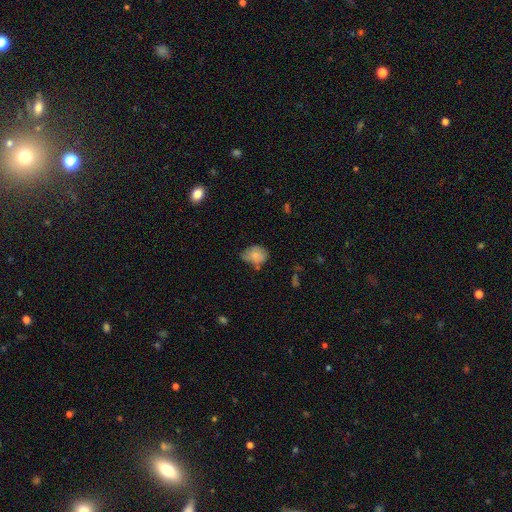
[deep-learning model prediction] smooth 77%, featured or disk 14%, star or artifact 9%. Down the decision tree: how rounded — in between (53%); merging — none (43%).